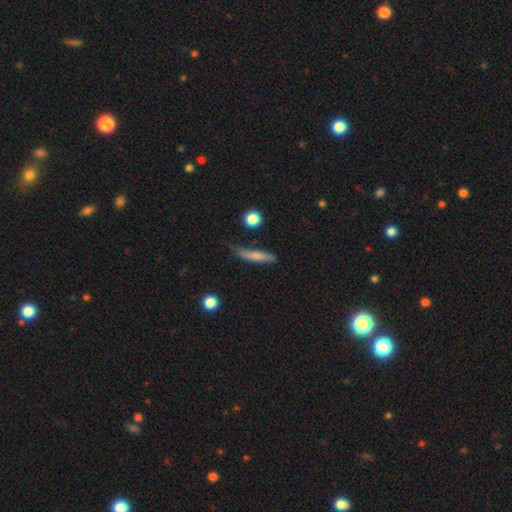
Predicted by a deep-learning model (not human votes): This appears to be a smooth galaxy with no disk features (68%) that is cigar-shaped (86%). Merging: none (62%).